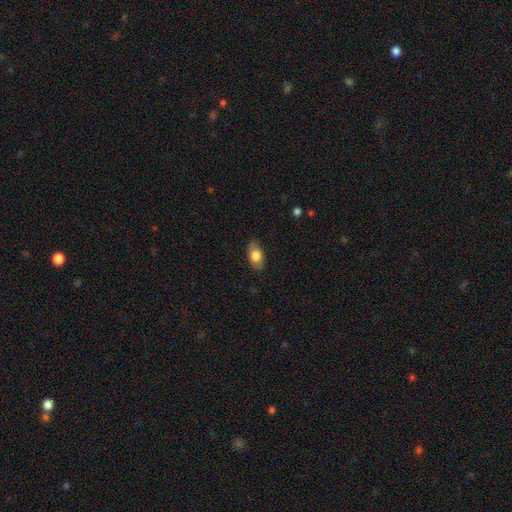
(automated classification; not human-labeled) Smooth or featured? smooth (79%)
How rounded? in between (91%)
Merging? none (82%)